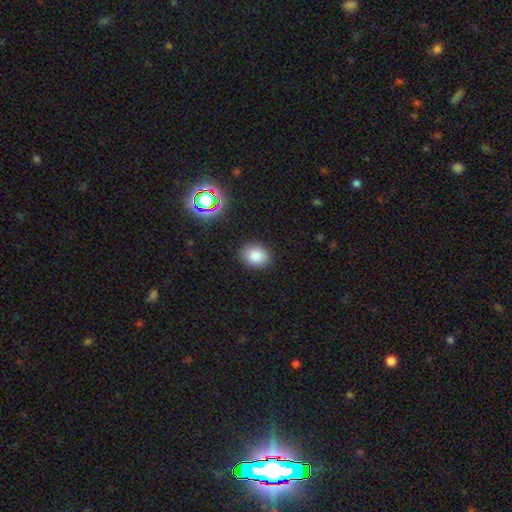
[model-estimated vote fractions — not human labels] Smooth or featured: smooth — 84% (star or artifact — 11%)
How rounded: in between — 58% (round — 41%)
Merging: none — 87% (minor disturbance — 9%)